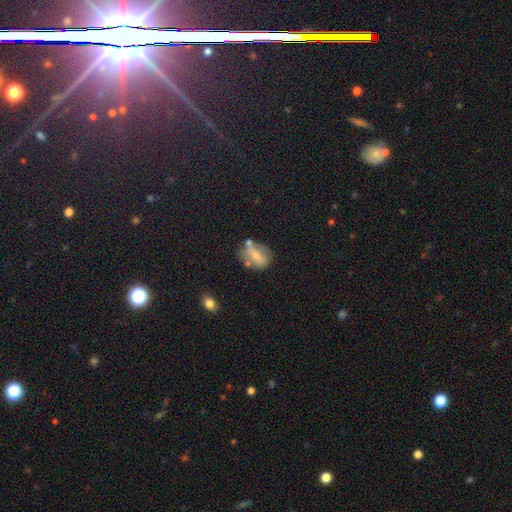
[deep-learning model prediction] The model was most divided on "smooth or featured": smooth: 58%, featured or disk: 33%, star or artifact: 10%. Remaining: how rounded — in between (70%); merging — none (48%).